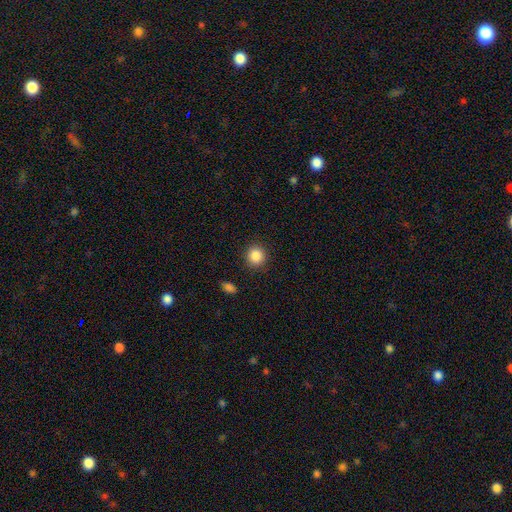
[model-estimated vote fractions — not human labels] This is clearly a smooth galaxy (86%). How rounded: clearly round (89%). Merging: clearly none (90%).